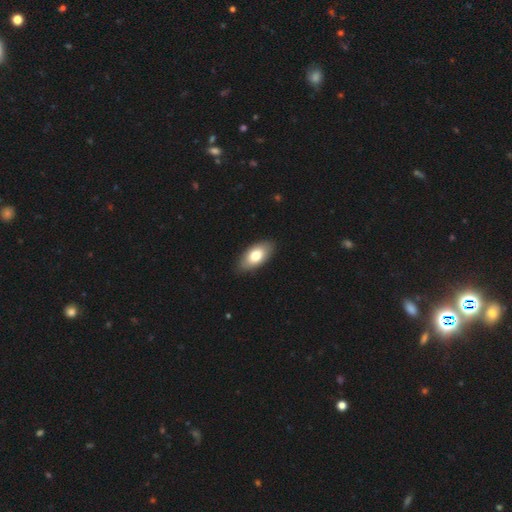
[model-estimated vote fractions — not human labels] Morphology: type=smooth (75%); roundness=in between (92%); merging=none (87%).